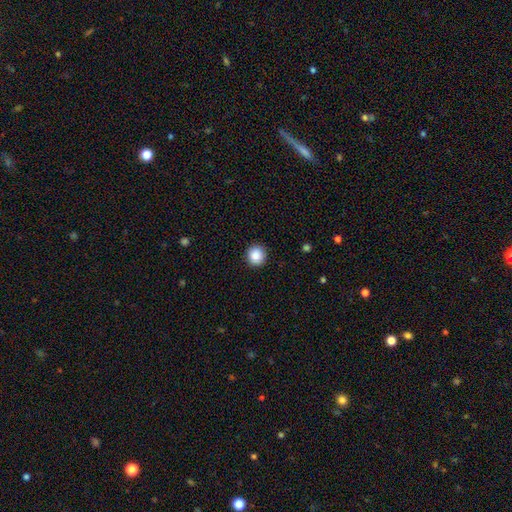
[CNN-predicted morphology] Smooth or featured?
  - smooth: 87% *
  - star or artifact: 9%
  - featured or disk: 4%
How rounded?
  - round: 94% *
  - in between: 5%
  - cigar-shaped: 1%
Merging?
  - none: 92% *
  - minor disturbance: 5%
  - major disturbance: 2%
  - merger: 1%